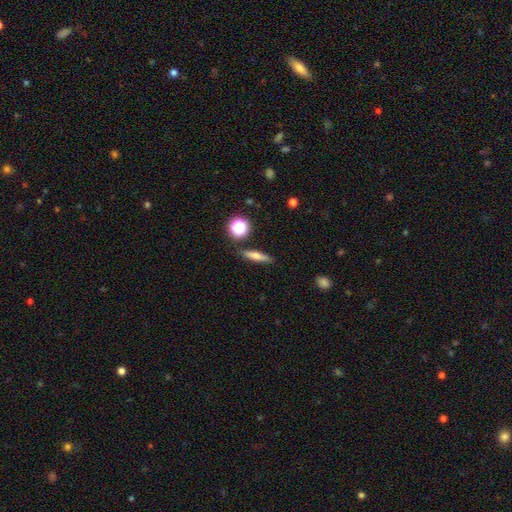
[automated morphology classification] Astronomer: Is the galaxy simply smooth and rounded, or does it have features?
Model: smooth — 63%.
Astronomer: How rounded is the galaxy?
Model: cigar-shaped — 75%.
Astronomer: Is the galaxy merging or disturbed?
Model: none — 86%.